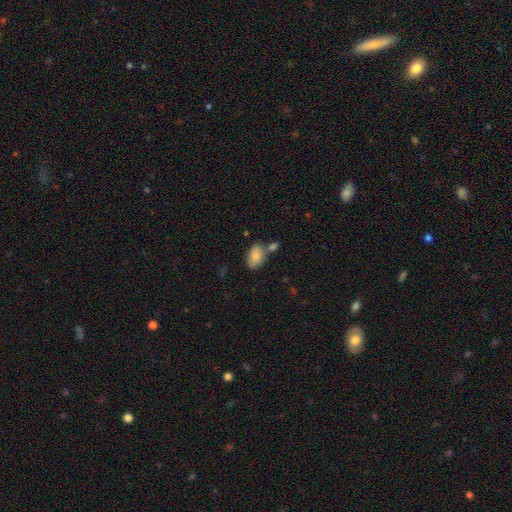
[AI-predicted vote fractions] This is clearly a smooth galaxy (84%). How rounded: clearly in between (90%). Merging: possibly none (57%).